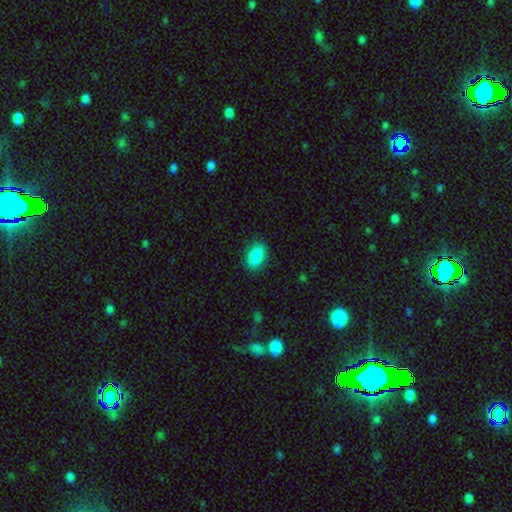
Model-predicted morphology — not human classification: Q: Smooth or featured?
A: smooth (88%); runner-up: star or artifact (7%)
Q: How rounded?
A: in between (88%); runner-up: round (10%)
Q: Merging?
A: none (86%); runner-up: minor disturbance (10%)